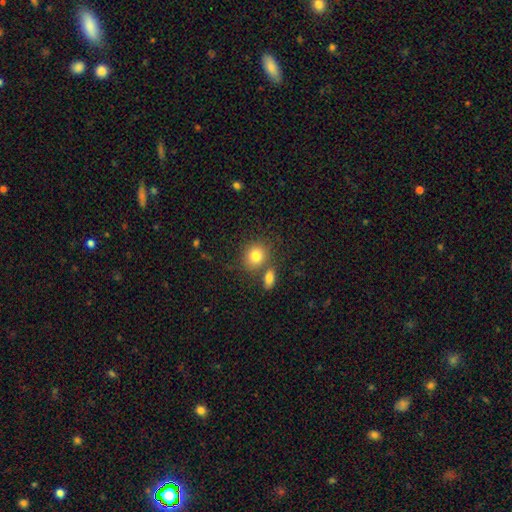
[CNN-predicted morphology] The model was most divided on "how rounded": round: 71%, in between: 28%, cigar-shaped: 1%. More confident: smooth or featured — smooth (81%); merging — none (66%).